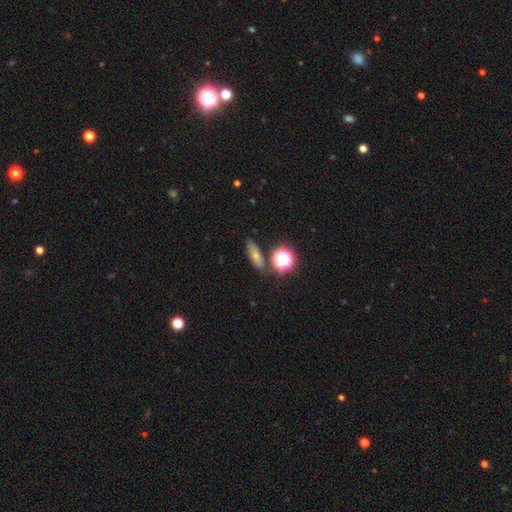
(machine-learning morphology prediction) Smooth or featured: smooth — 63% (star or artifact — 19%)
How rounded: in between — 47% (cigar-shaped — 34%)
Merging: none — 77% (minor disturbance — 13%)